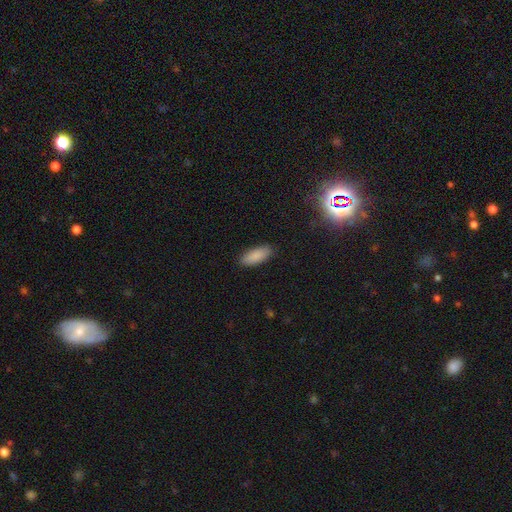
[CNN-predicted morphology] smooth-or-featured: smooth: 89% | star or artifact: 7% | featured or disk: 5%
  how-rounded: in between: 79% | cigar-shaped: 19% | round: 2%
  merging: none: 89% | minor disturbance: 8% | major disturbance: 2% | merger: 1%